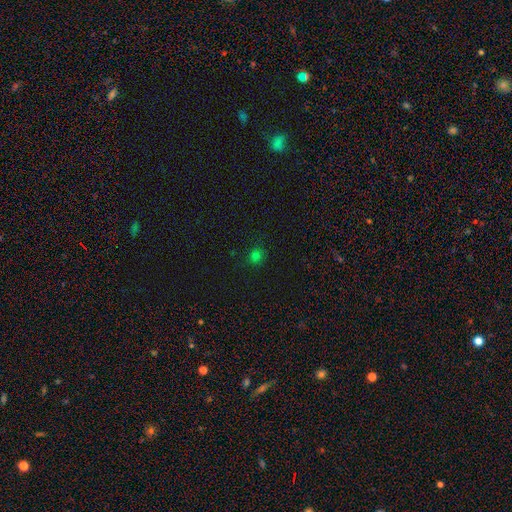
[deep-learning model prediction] Smooth or featured: smooth — 74% (star or artifact — 22%)
How rounded: round — 84% (in between — 15%)
Merging: none — 84% (minor disturbance — 11%)